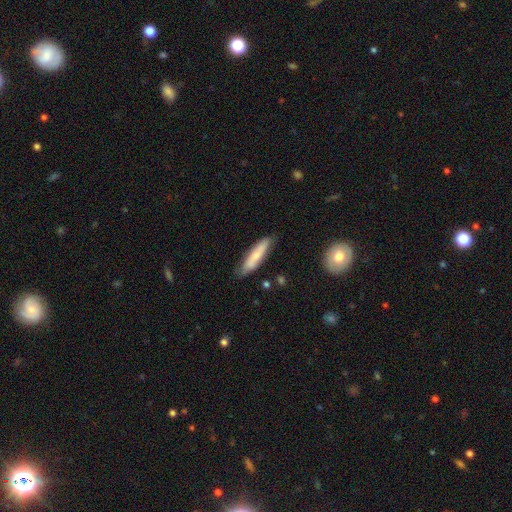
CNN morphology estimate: Smooth or featured? smooth (68%)
How rounded? cigar-shaped (75%)
Merging? none (75%)